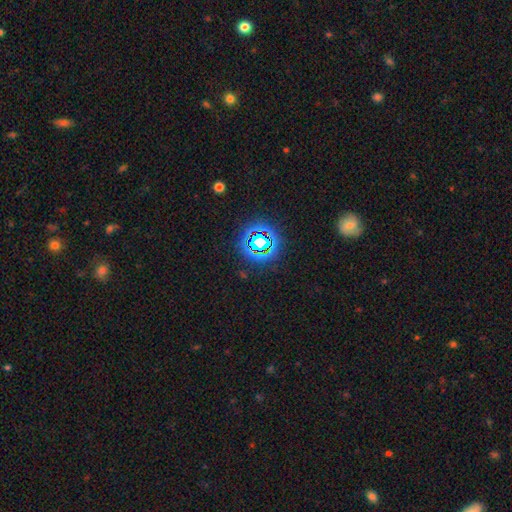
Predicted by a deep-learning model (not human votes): Q: Smooth or featured?
A: star or artifact (77%); runner-up: smooth (15%)